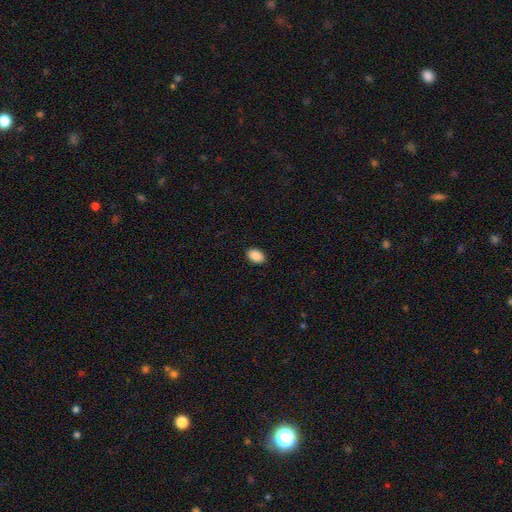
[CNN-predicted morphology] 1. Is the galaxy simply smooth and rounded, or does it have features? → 90% smooth, 7% star or artifact, 3% featured or disk.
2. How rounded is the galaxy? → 89% in between, 10% round, 1% cigar-shaped.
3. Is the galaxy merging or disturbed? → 90% none, 7% minor disturbance, 2% major disturbance, 1% merger.